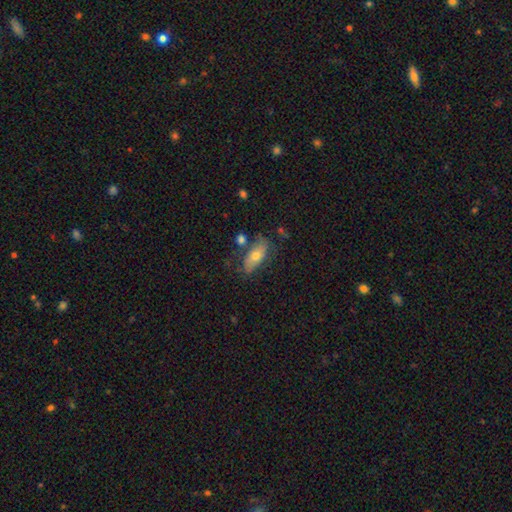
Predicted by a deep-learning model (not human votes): Smooth or featured? smooth (62%)
How rounded? in between (80%)
Merging? none (66%)